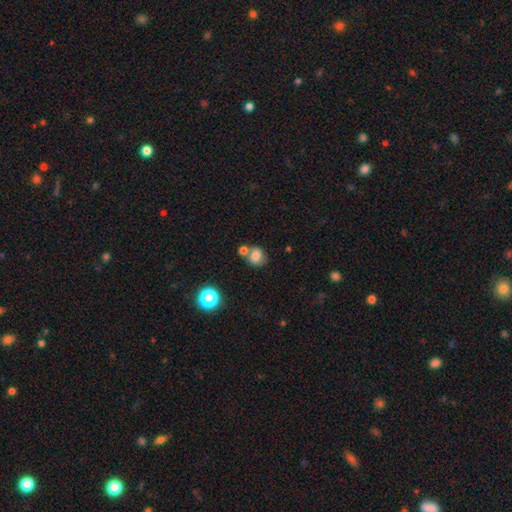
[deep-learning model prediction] Smooth or featured?
  - smooth: 75% *
  - featured or disk: 12%
  - star or artifact: 12%
How rounded?
  - round: 68% *
  - in between: 31%
  - cigar-shaped: 1%
Merging?
  - none: 50% *
  - merger: 32%
  - minor disturbance: 13%
  - major disturbance: 5%